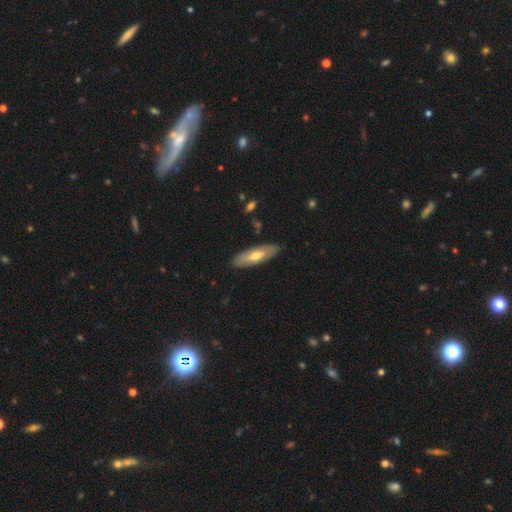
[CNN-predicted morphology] type=smooth (52%); roundness=in between (64%); merging=none (86%).